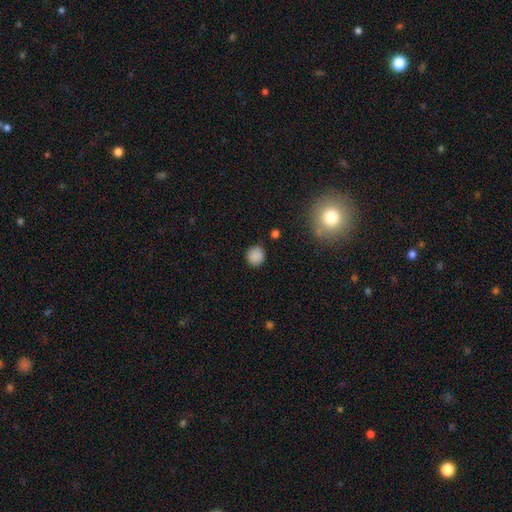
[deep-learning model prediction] Smooth or featured? Predicted: smooth (p=0.85). How rounded? Predicted: round (p=0.90). Merging? Predicted: none (p=0.86).